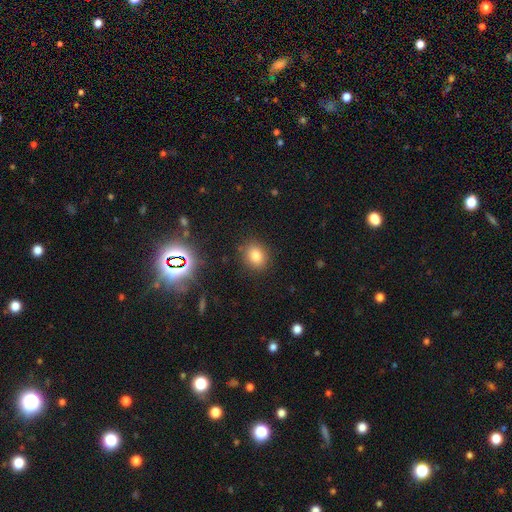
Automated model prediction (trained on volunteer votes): Smooth or featured? Predicted: smooth (p=0.79). How rounded? Predicted: round (p=0.58). Merging? Predicted: none (p=0.86).